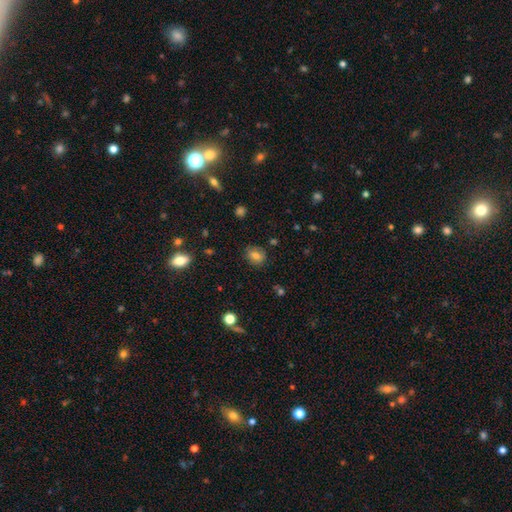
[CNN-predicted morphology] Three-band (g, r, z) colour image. It shows a smooth galaxy with no disk features (72%) that is in between round and cigar-shaped (50%). Merging: none (81%).